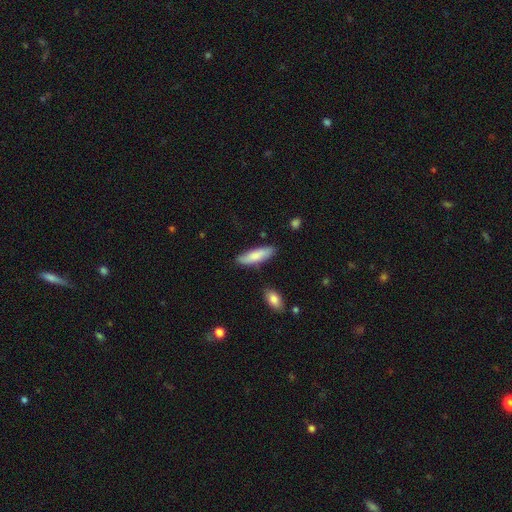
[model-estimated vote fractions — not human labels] Smooth or featured? smooth (80%)
How rounded? cigar-shaped (51%)
Merging? none (82%)